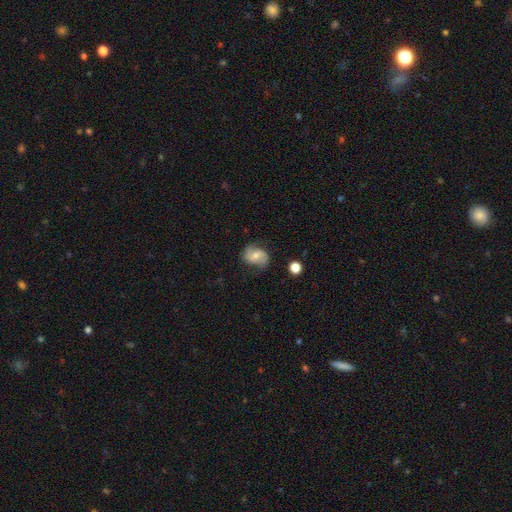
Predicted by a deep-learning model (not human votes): The model was most divided on "spiral winding": medium: 42%, loose: 39%, tight: 19%. Remaining: edge-on disk — no (97%); spiral arms — yes (89%); spiral arm count — 2 (87%); merging — none (70%); smooth or featured — featured or disk (60%); bulge size — moderate (55%); bar — no (47%).